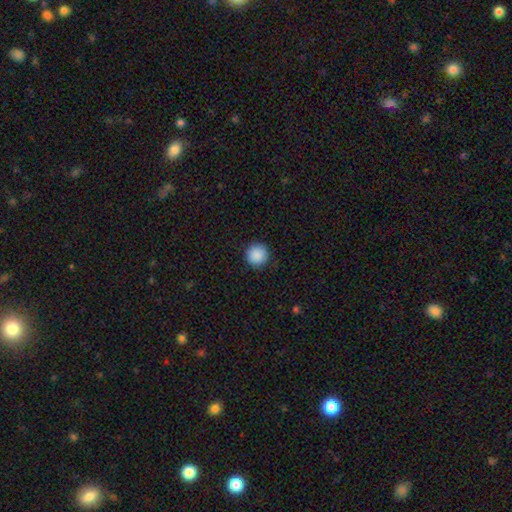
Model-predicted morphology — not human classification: A smooth galaxy with no disk features (89%) that is round (96%). Merging: none (92%).